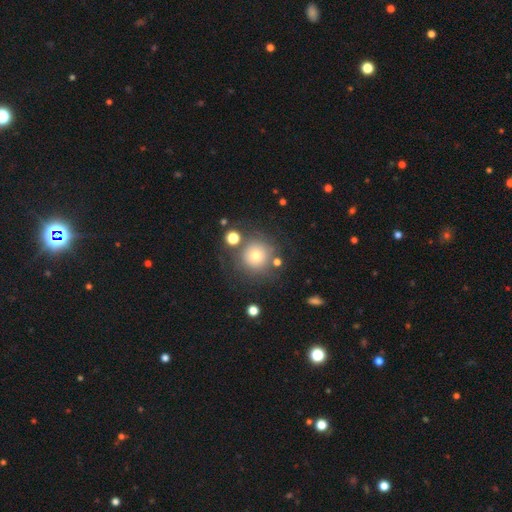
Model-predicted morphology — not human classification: Smooth or featured?
  - smooth: 67% *
  - featured or disk: 19%
  - star or artifact: 14%
How rounded?
  - round: 95% *
  - in between: 5%
  - cigar-shaped: 1%
Merging?
  - none: 73% *
  - minor disturbance: 12%
  - major disturbance: 8%
  - merger: 7%